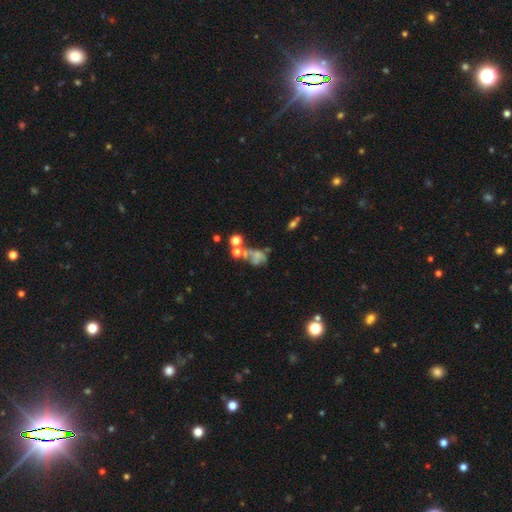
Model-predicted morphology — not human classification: smooth_or_featured: featured or disk (p=0.42) [alt: smooth p=0.37]
merging: merger (p=0.32) [alt: major disturbance p=0.29]